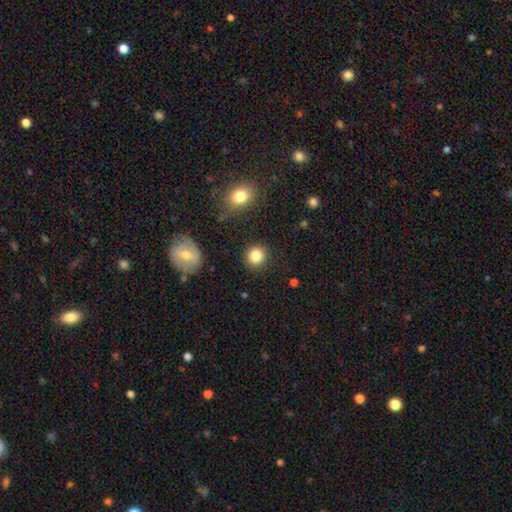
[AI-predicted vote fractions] A smooth galaxy with no disk features (85%) that is round (90%).

Vote fractions:
- Smooth or featured? smooth: 85% / star or artifact: 11% / featured or disk: 5%
- How rounded? round: 90% / in between: 9% / cigar-shaped: 1%
- Merging? none: 88% / minor disturbance: 7% / major disturbance: 3% / merger: 2%